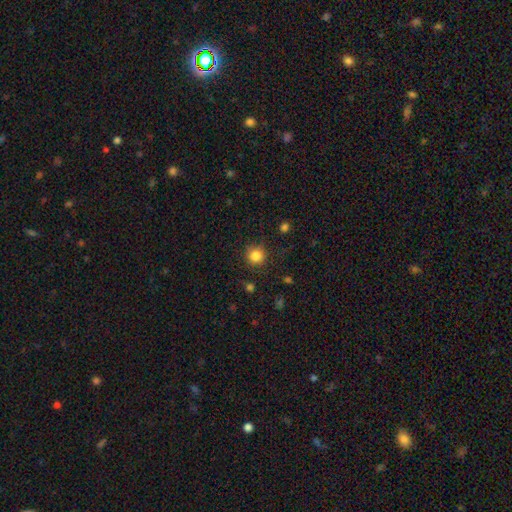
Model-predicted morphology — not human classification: The model was most divided on "smooth or featured": smooth: 85%, star or artifact: 11%, featured or disk: 4%. More confident: how rounded — round (94%); merging — none (85%).